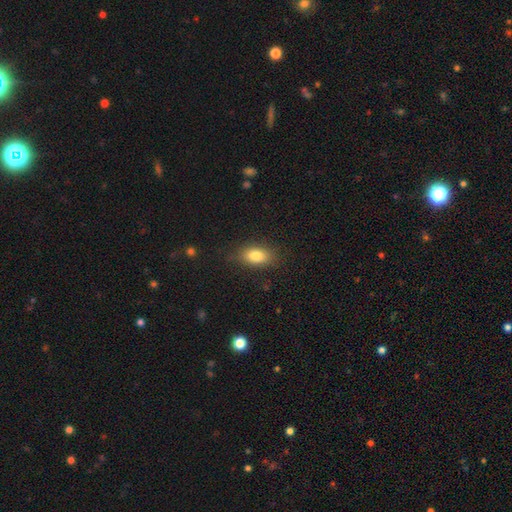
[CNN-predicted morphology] A smooth galaxy with no disk features (82%) that is in between round and cigar-shaped (85%).

Vote fractions:
- Smooth or featured? smooth: 82% / featured or disk: 9% / star or artifact: 9%
- How rounded? in between: 85% / round: 10% / cigar-shaped: 4%
- Merging? none: 83% / minor disturbance: 13% / major disturbance: 3% / merger: 1%